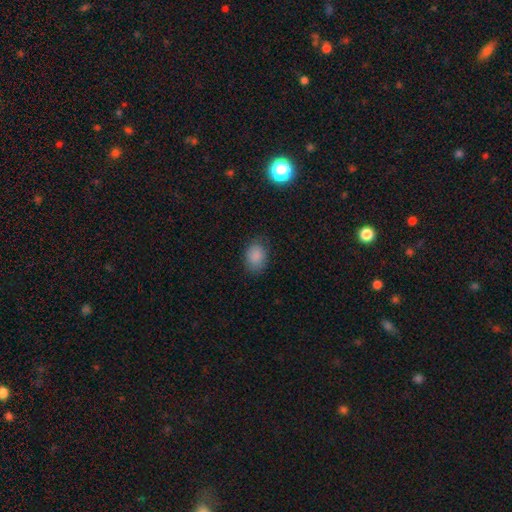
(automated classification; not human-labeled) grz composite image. It shows a smooth galaxy with no disk features (87%) that is in between round and cigar-shaped (72%). Merging: none (78%).